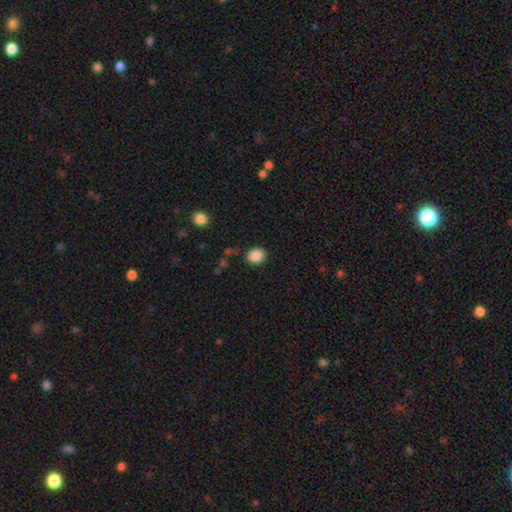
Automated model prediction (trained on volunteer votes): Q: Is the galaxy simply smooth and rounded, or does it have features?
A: smooth — 88%.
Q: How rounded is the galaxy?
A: round — 54%.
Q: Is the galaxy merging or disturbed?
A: none — 81%.